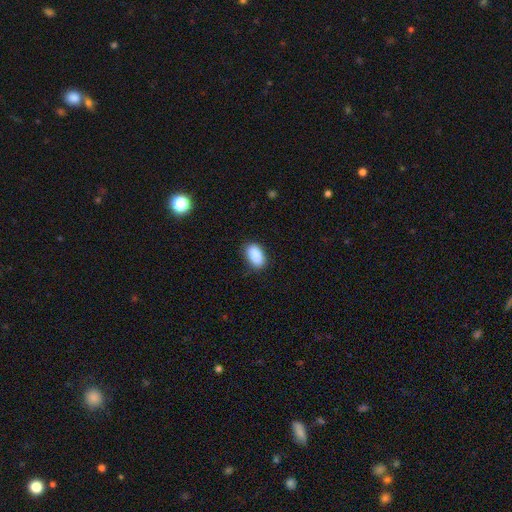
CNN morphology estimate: smooth-or-featured: smooth: 89% | star or artifact: 7% | featured or disk: 4%
  how-rounded: in between: 92% | round: 6% | cigar-shaped: 2%
  merging: none: 84% | minor disturbance: 12% | major disturbance: 3% | merger: 1%